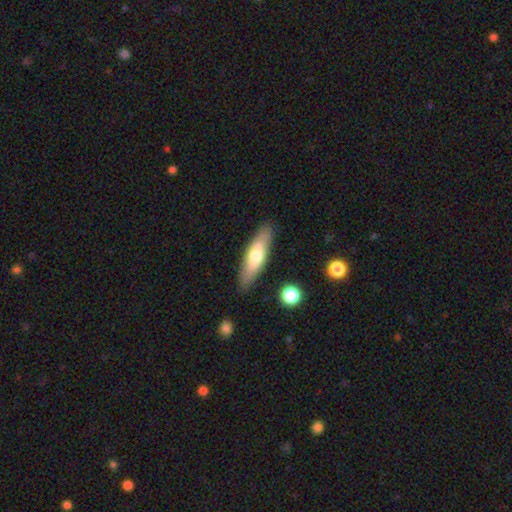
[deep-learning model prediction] Morphology: type=smooth (62%); roundness=cigar-shaped (58%); merging=none (86%).